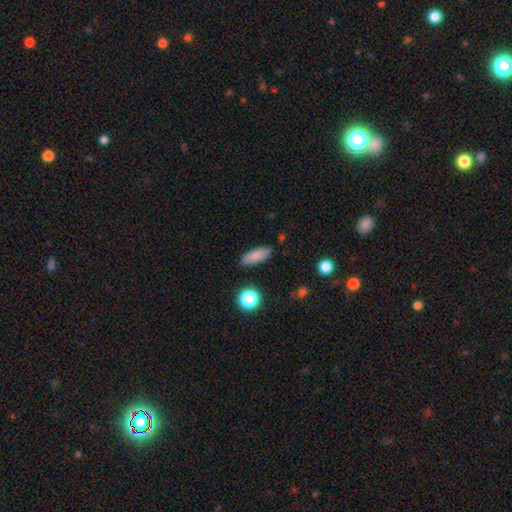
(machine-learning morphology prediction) This is clearly a smooth galaxy (83%). How rounded: likely in between (71%). Merging: clearly none (84%).